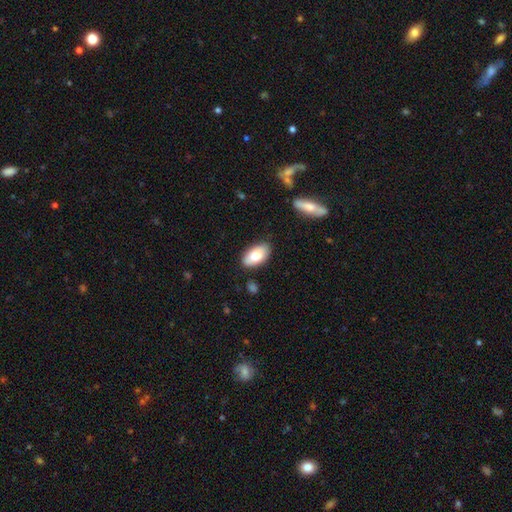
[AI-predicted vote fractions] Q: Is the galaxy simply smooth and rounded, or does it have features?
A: smooth — 81%.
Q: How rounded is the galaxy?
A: in between — 94%.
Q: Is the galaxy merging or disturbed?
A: none — 83%.